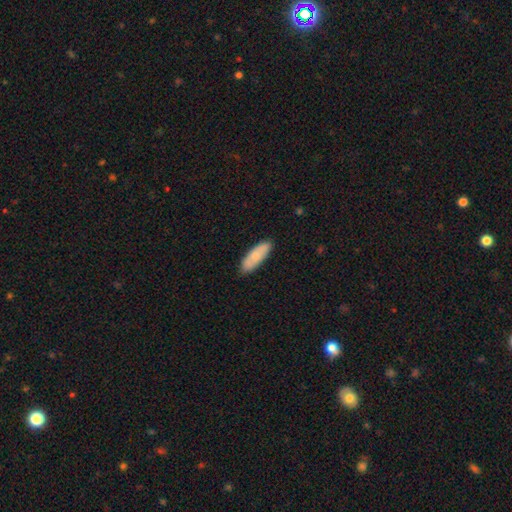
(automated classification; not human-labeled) Morphology: type=smooth (80%); roundness=in between (60%); merging=none (86%).